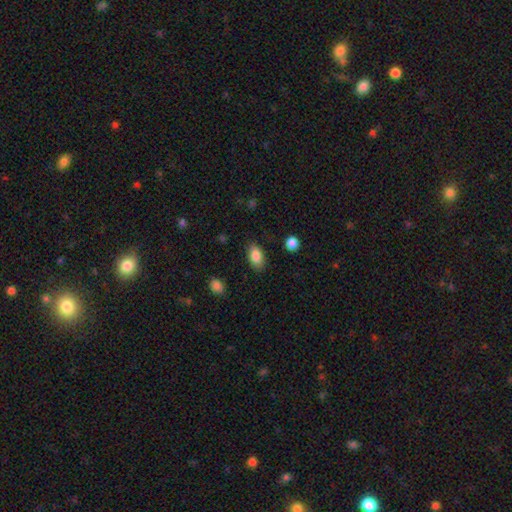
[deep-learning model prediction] This is clearly a smooth galaxy (86%). How rounded: clearly in between (91%). Merging: clearly none (84%).